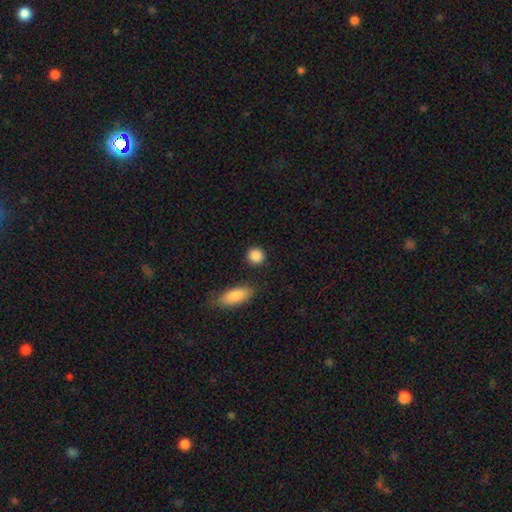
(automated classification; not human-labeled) A smooth galaxy with no disk features (89%) that is round (85%). Merging: none (86%).